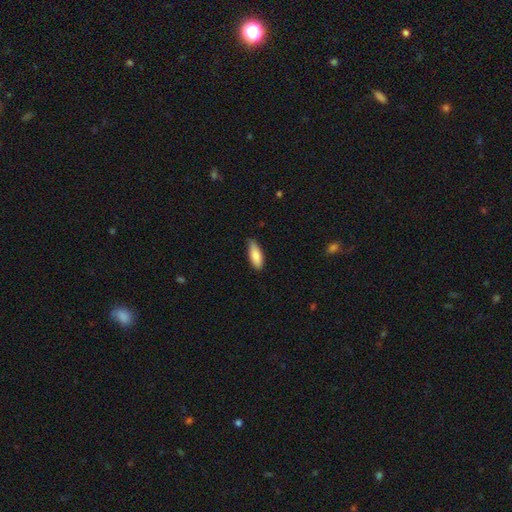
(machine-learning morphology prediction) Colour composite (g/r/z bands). It shows a smooth galaxy with no disk features (87%) that is in between round and cigar-shaped (71%). Merging: none (81%).